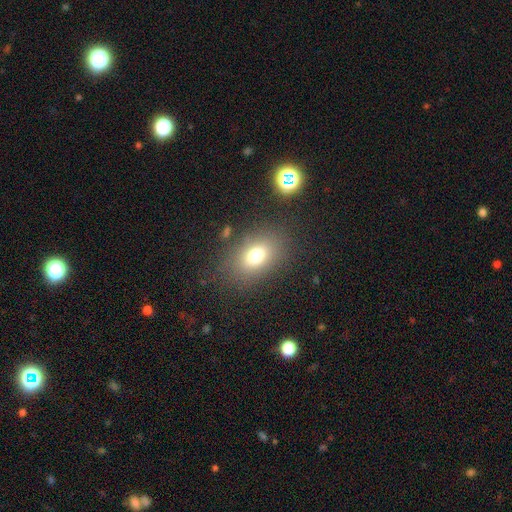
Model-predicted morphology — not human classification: Smooth or featured: smooth — 74% (star or artifact — 14%)
How rounded: in between — 75% (round — 24%)
Merging: none — 80% (minor disturbance — 11%)